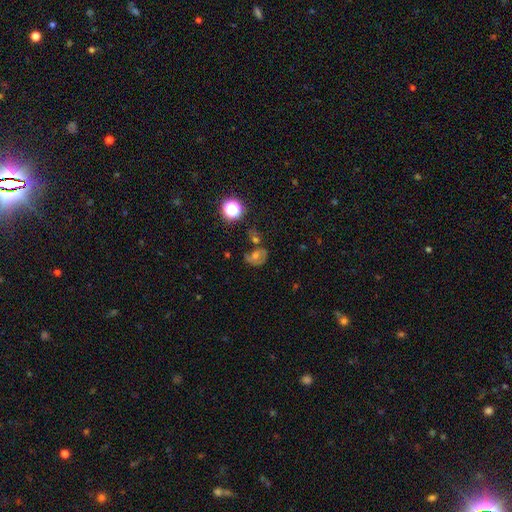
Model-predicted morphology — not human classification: A featured or disk galaxy (44%). Merging: none (44%).